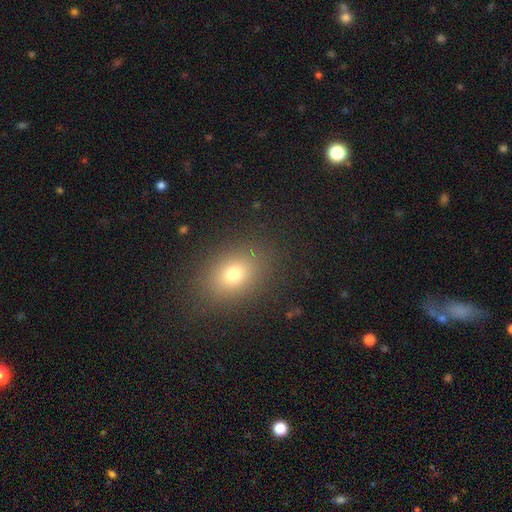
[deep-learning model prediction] Smooth or featured? Predicted: smooth (p=0.70). How rounded? Predicted: in between (p=0.65). Merging? Predicted: none (p=0.88).